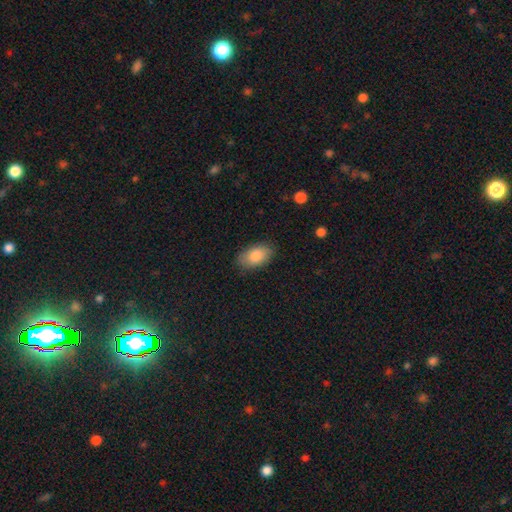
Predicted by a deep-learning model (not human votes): A smooth galaxy with no disk features (85%) that is in between round and cigar-shaped (93%). Merging: none (84%).